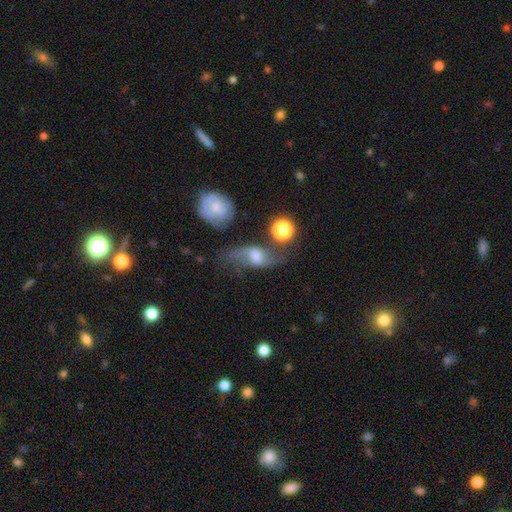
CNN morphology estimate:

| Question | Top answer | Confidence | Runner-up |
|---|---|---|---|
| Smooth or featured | featured or disk | 56% | smooth (33%) |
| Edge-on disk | no | 90% | yes (10%) |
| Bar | weak | 45% | no (42%) |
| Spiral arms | yes | 85% | no (15%) |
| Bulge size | moderate | 45% | small (25%) |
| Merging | none | 46% | minor disturbance (23%) |